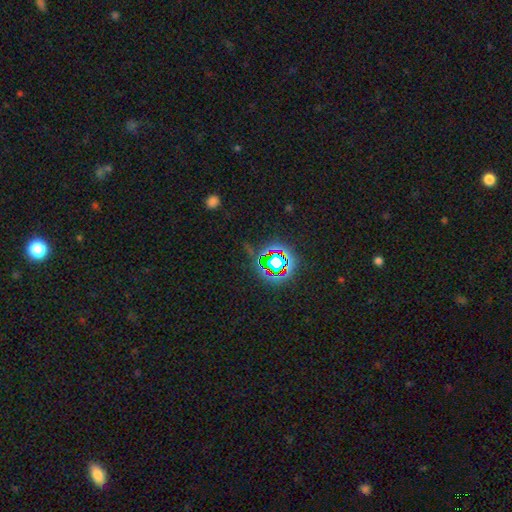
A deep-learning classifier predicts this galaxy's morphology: Smooth or featured: star or artifact — 76% (smooth — 15%)